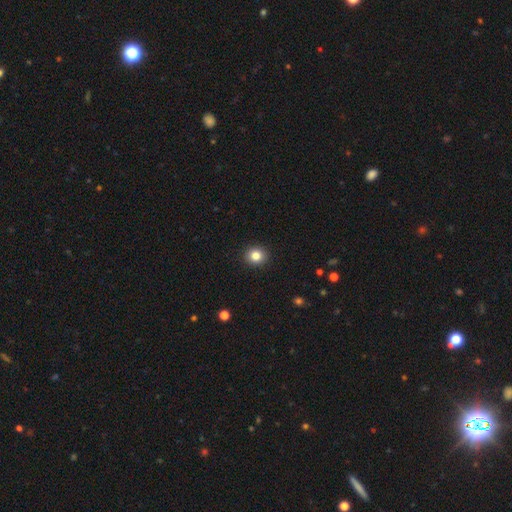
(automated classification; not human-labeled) Q: Smooth or featured?
A: smooth (83%); runner-up: star or artifact (11%)
Q: How rounded?
A: round (84%); runner-up: in between (15%)
Q: Merging?
A: none (93%); runner-up: minor disturbance (5%)